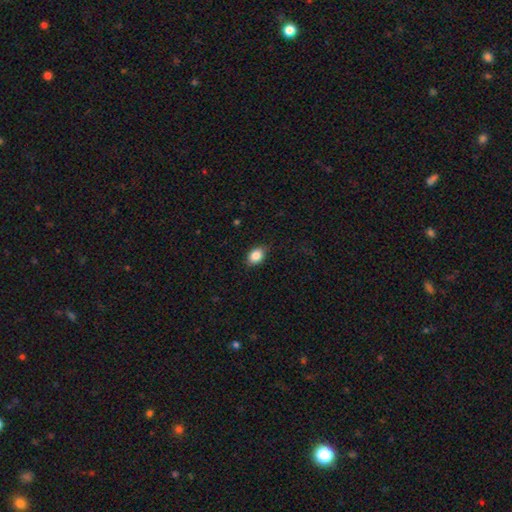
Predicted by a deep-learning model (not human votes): This appears to be a smooth galaxy with no disk features (85%) that is in between round and cigar-shaped (78%). Merging: none (84%).